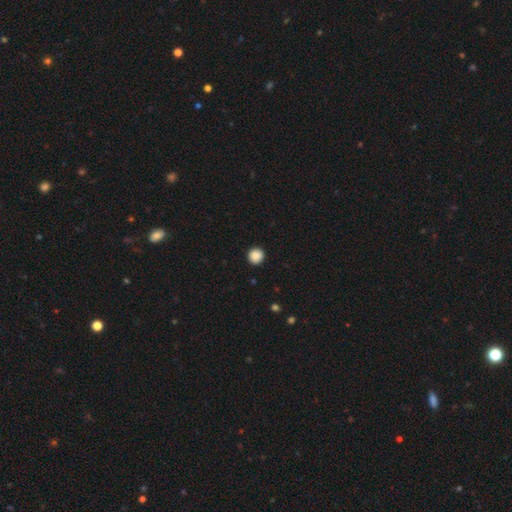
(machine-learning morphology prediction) Smooth or featured?
  - smooth: 88% *
  - star or artifact: 9%
  - featured or disk: 3%
How rounded?
  - round: 95% *
  - in between: 5%
  - cigar-shaped: 1%
Merging?
  - none: 93% *
  - minor disturbance: 5%
  - major disturbance: 2%
  - merger: 1%